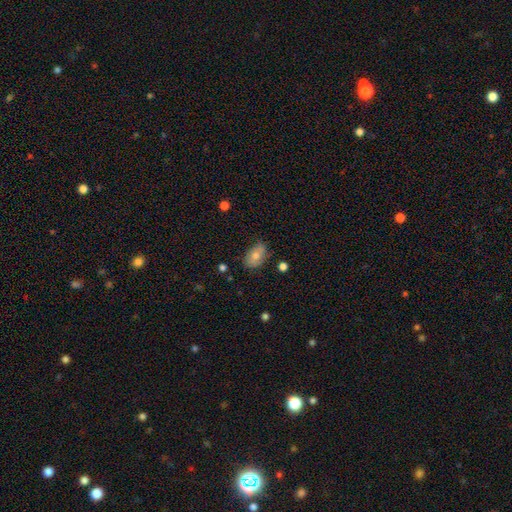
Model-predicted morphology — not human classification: smooth 73%, featured or disk 19%, star or artifact 8%. Down the decision tree: how rounded — in between (87%); merging — none (66%).